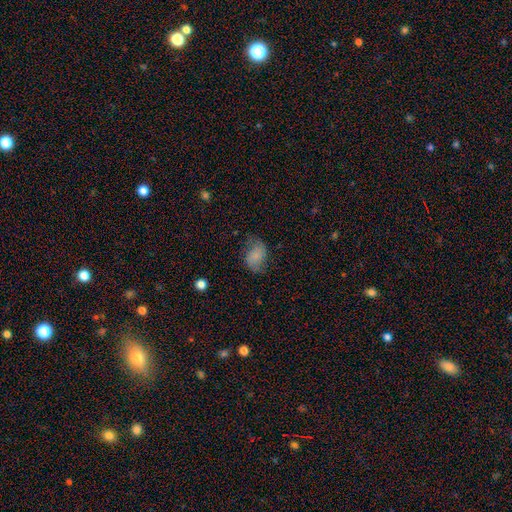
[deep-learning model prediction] smooth_or_featured: smooth (p=0.63) [alt: featured or disk p=0.26]
how_rounded: in between (p=0.80) [alt: round p=0.18]
merging: none (p=0.57) [alt: minor disturbance p=0.27]